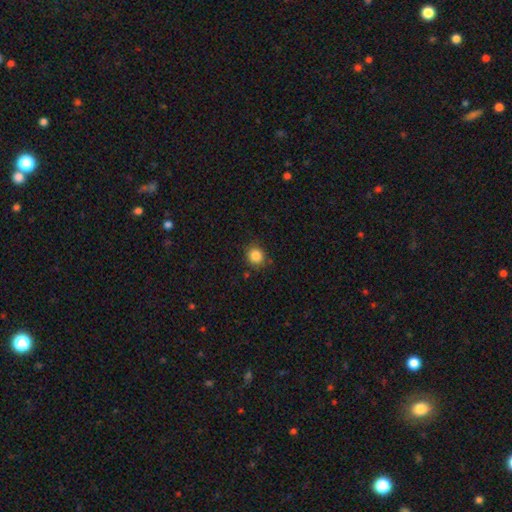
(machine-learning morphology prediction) Q: Smooth or featured?
A: smooth (85%); runner-up: star or artifact (11%)
Q: How rounded?
A: round (86%); runner-up: in between (13%)
Q: Merging?
A: none (84%); runner-up: minor disturbance (11%)